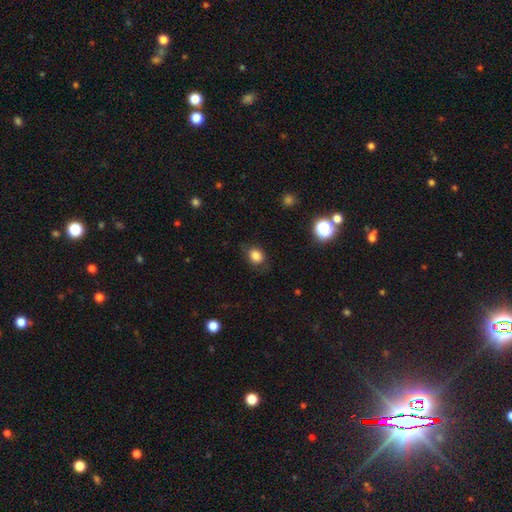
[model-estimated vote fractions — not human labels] Q: Smooth or featured?
A: smooth (83%); runner-up: star or artifact (11%)
Q: How rounded?
A: round (57%); runner-up: in between (42%)
Q: Merging?
A: none (75%); runner-up: minor disturbance (18%)